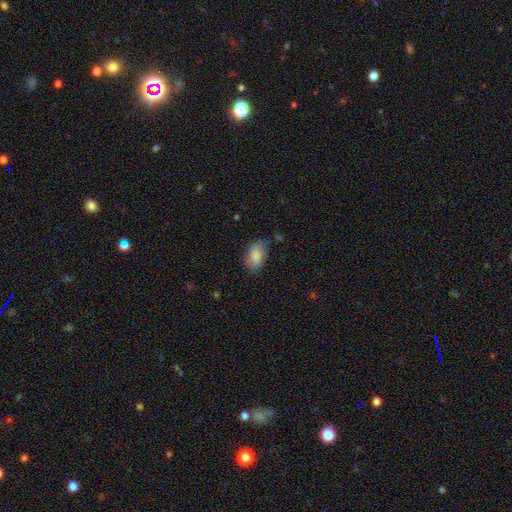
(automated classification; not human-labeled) Overall: smooth (85%). How rounded: in between (91%). Merging: none (74%).